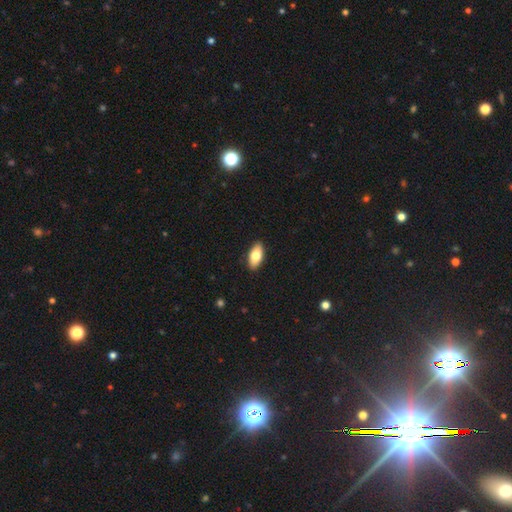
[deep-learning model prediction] Q: Smooth or featured?
A: smooth (77%); runner-up: featured or disk (17%)
Q: How rounded?
A: in between (89%); runner-up: cigar-shaped (8%)
Q: Merging?
A: none (90%); runner-up: minor disturbance (8%)